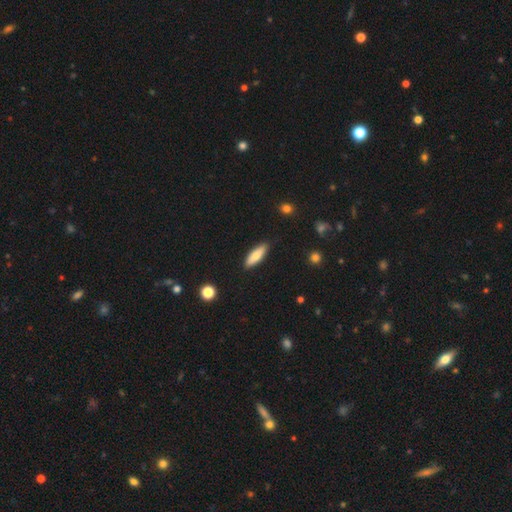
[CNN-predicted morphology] Smooth or featured: smooth — 71% (featured or disk — 23%)
How rounded: cigar-shaped — 51% (in between — 47%)
Merging: none — 88% (minor disturbance — 9%)